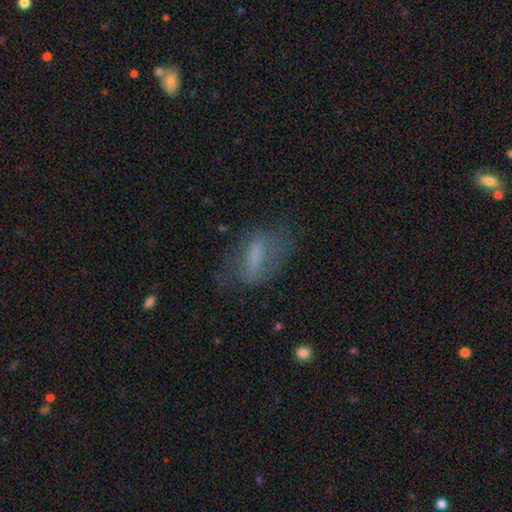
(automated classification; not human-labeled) A smooth galaxy with no disk features (50%) that is in between round and cigar-shaped (65%).

Vote fractions:
- Smooth or featured? smooth: 50% / featured or disk: 38% / star or artifact: 12%
- How rounded? in between: 65% / cigar-shaped: 30% / round: 5%
- Merging? none: 59% / minor disturbance: 22% / major disturbance: 17% / merger: 2%